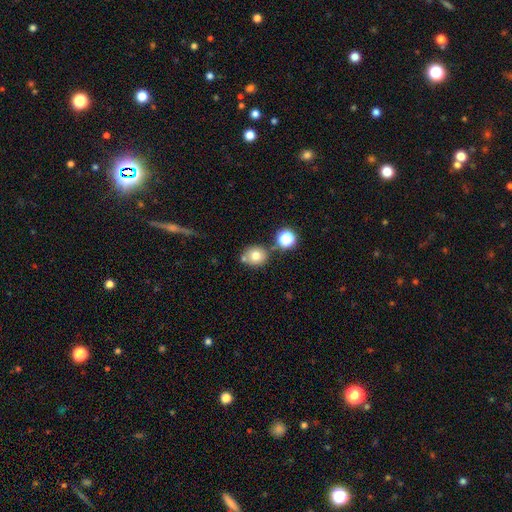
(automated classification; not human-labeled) Q: Smooth or featured?
A: smooth (74%); runner-up: star or artifact (14%)
Q: How rounded?
A: round (81%); runner-up: in between (18%)
Q: Merging?
A: none (66%); runner-up: merger (18%)